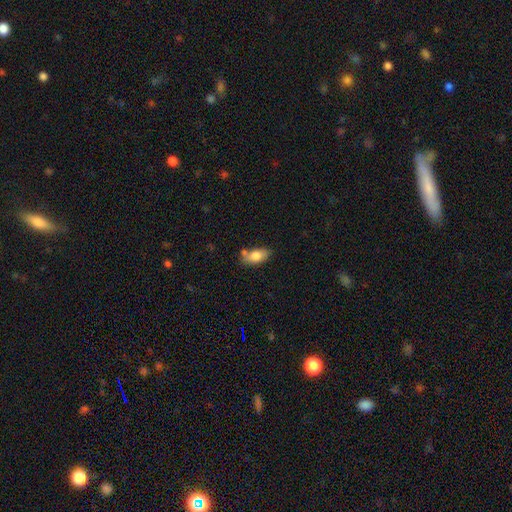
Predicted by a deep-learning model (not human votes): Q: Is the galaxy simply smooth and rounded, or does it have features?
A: smooth — 77%.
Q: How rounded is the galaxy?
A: in between — 88%.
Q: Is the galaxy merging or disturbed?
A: none — 57%.